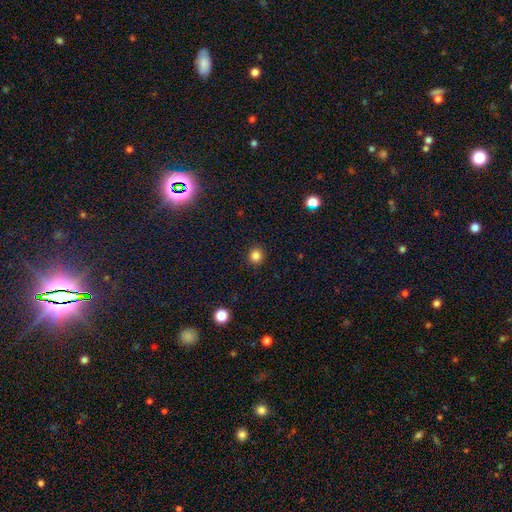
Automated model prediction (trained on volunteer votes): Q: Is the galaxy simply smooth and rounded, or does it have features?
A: smooth — 84%.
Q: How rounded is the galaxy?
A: round — 91%.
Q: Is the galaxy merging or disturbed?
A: none — 92%.